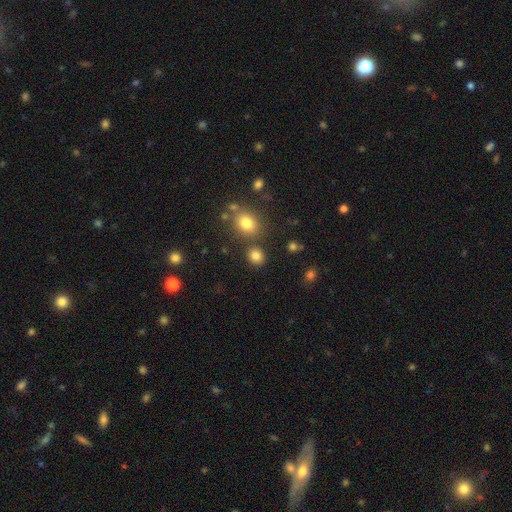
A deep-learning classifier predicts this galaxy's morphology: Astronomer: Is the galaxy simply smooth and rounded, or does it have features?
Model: smooth — 81%.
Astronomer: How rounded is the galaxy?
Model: round — 75%.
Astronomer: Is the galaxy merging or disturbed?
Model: none — 79%.